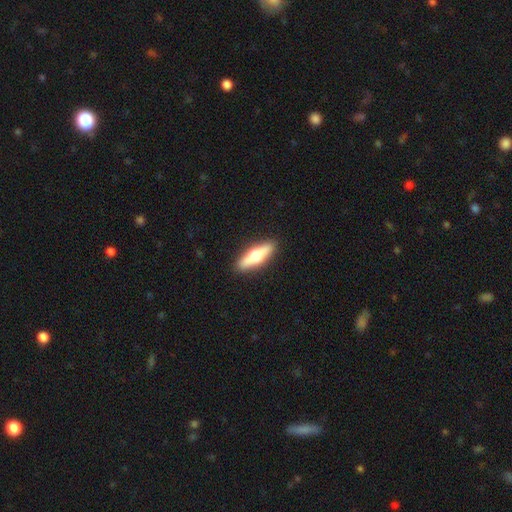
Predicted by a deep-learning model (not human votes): smooth_or_featured: featured or disk (p=0.48) [alt: smooth p=0.47]
merging: none (p=0.91) [alt: minor disturbance p=0.07]